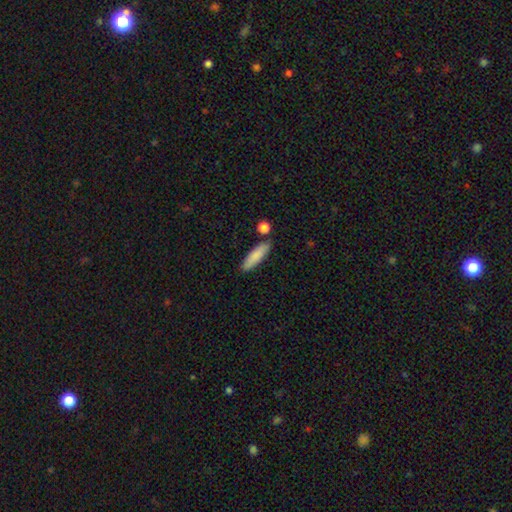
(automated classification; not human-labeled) smooth 84%, featured or disk 10%, star or artifact 6%. Down the decision tree: how rounded — cigar-shaped (63%); merging — none (80%).